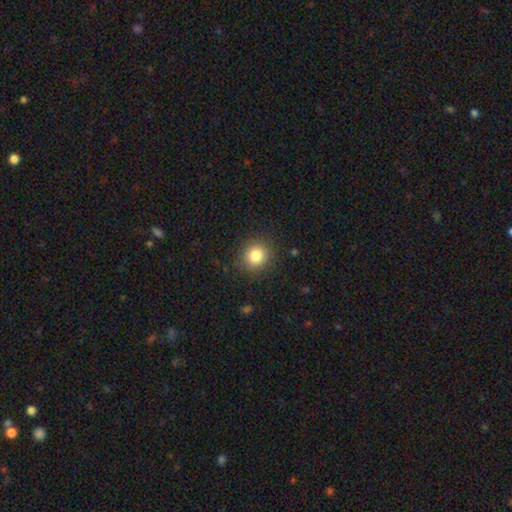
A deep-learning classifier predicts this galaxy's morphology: This is clearly a smooth galaxy (83%). How rounded: clearly round (90%). Merging: clearly none (88%).